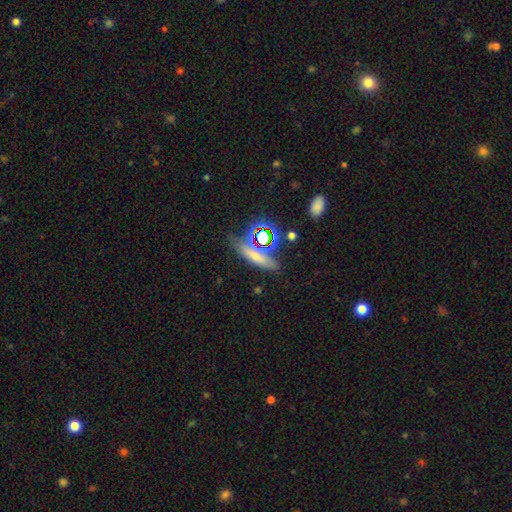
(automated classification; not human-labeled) Smooth or featured? smooth (58%)
How rounded? cigar-shaped (60%)
Merging? none (71%)